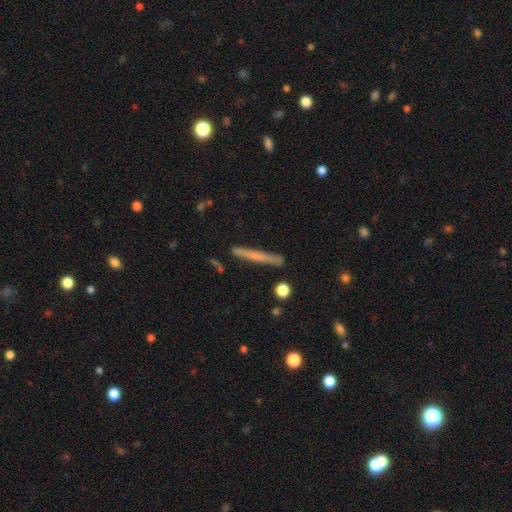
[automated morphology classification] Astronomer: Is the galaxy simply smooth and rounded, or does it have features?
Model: smooth — 57% (runner-up: featured or disk, 36%).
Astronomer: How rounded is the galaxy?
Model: cigar-shaped — 96%.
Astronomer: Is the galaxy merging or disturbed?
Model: none — 87%.